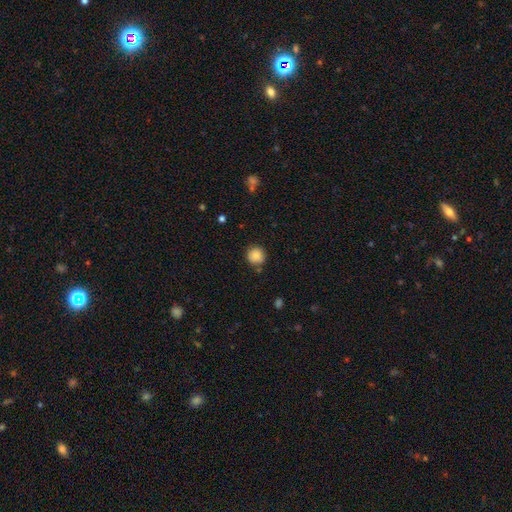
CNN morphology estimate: smooth 85%, star or artifact 9%, featured or disk 6%. Down the decision tree: how rounded — round (92%); merging — none (80%).